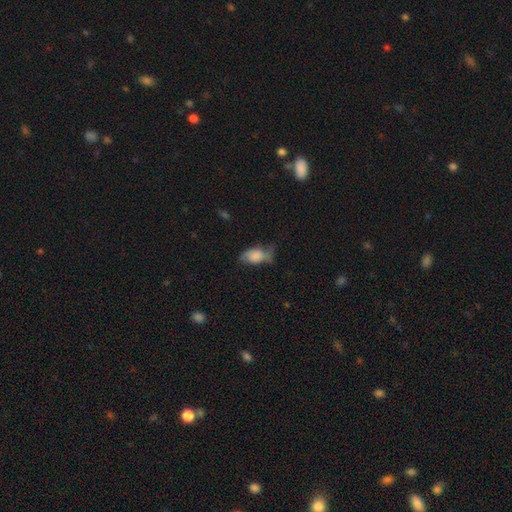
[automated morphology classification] smooth_or_featured: smooth (p=0.70) [alt: featured or disk p=0.22]
how_rounded: in between (p=0.90) [alt: round p=0.07]
merging: minor disturbance (p=0.38) [alt: none p=0.35]